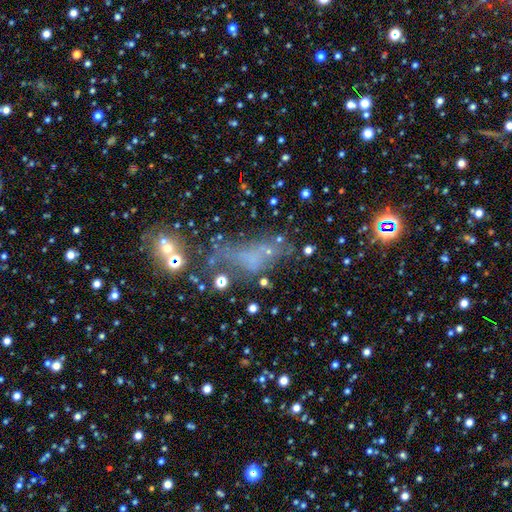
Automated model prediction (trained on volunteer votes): A star or artifact, not a galaxy (42%).